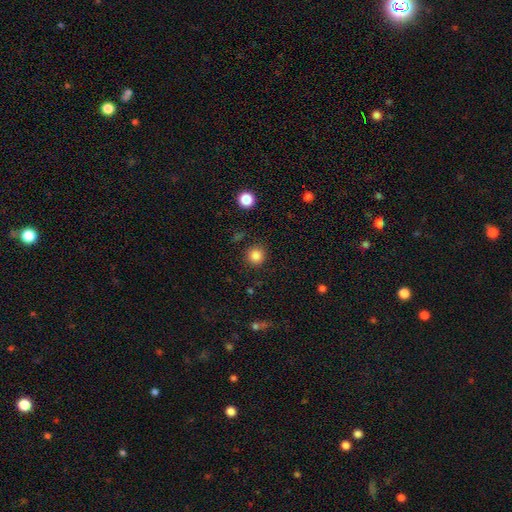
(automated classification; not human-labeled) Smooth or featured? smooth (85%)
How rounded? round (92%)
Merging? none (89%)